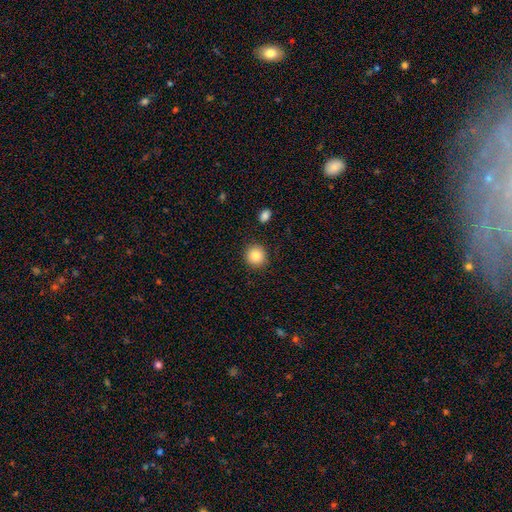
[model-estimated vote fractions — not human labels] smooth-or-featured: smooth: 86% | star or artifact: 9% | featured or disk: 5%
  how-rounded: round: 91% | in between: 8% | cigar-shaped: 1%
  merging: none: 89% | minor disturbance: 7% | major disturbance: 2% | merger: 2%